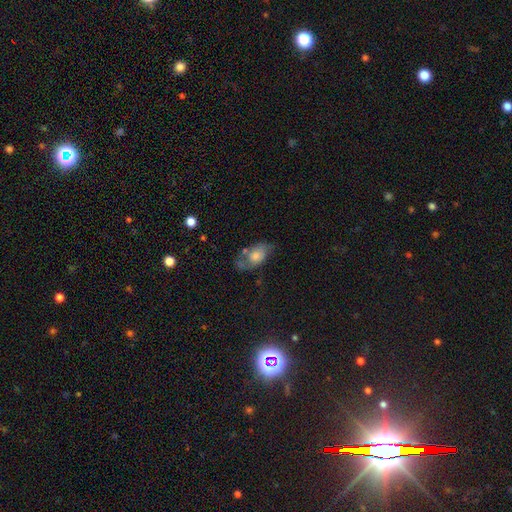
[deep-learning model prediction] This appears to be a smooth galaxy with no disk features (49%). Merging: none (45%).